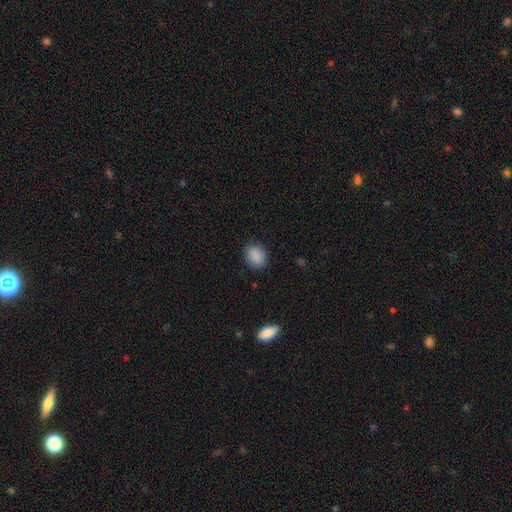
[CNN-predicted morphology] Smooth or featured?
  - smooth: 89% *
  - star or artifact: 8%
  - featured or disk: 3%
How rounded?
  - in between: 51% *
  - round: 48%
  - cigar-shaped: 1%
Merging?
  - none: 87% *
  - minor disturbance: 9%
  - major disturbance: 3%
  - merger: 1%